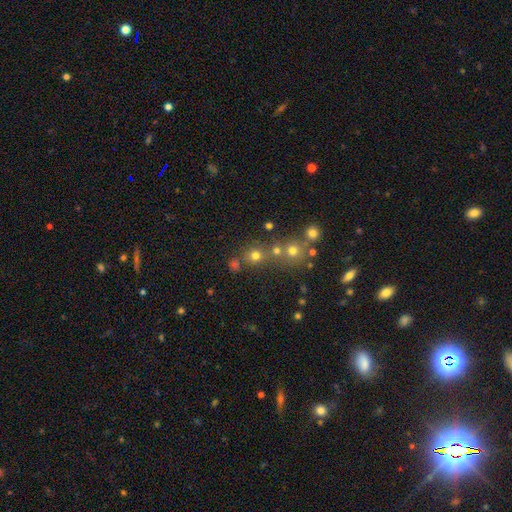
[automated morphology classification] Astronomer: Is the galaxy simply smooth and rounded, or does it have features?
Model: smooth — 69%.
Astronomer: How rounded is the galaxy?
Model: round — 89%.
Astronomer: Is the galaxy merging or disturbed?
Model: none — 63%.